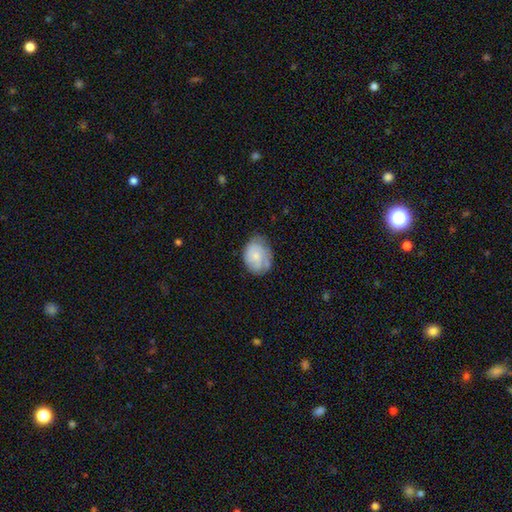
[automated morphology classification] smooth_or_featured: smooth (p=0.68) [alt: featured or disk p=0.25]
how_rounded: in between (p=0.57) [alt: round p=0.42]
merging: none (p=0.62) [alt: minor disturbance p=0.29]